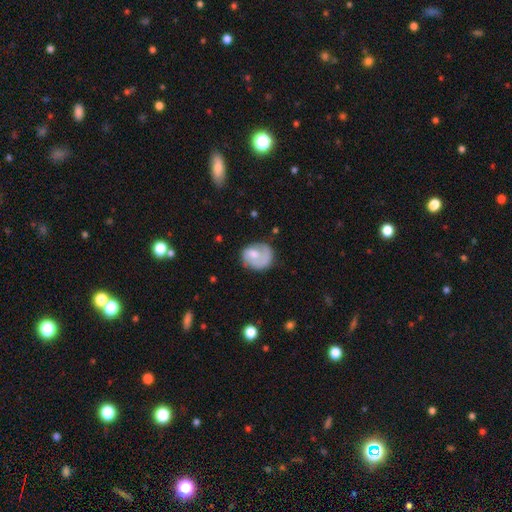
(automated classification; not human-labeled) The model was most divided on "smooth or featured": smooth: 52%, featured or disk: 41%, star or artifact: 7%. More confident: how rounded — round (65%); merging — none (51%).